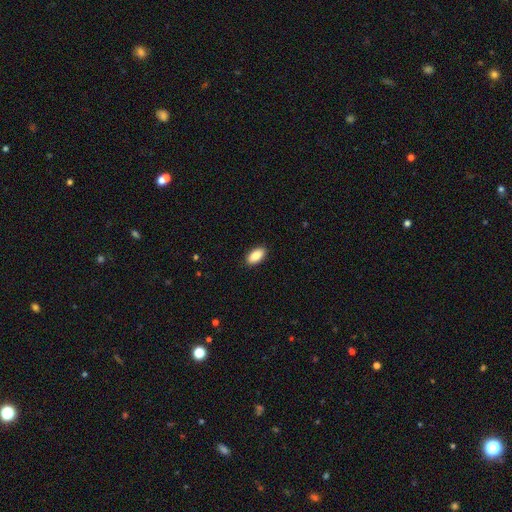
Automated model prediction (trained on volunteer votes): This appears to be a smooth galaxy with no disk features (90%) that is in between round and cigar-shaped (94%). Merging: none (90%).